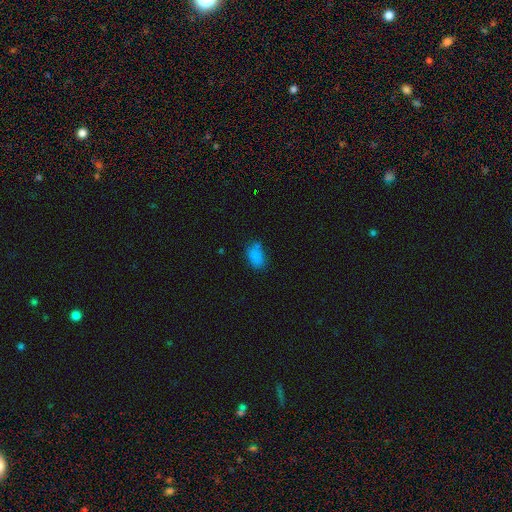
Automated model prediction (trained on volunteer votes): smooth-or-featured: smooth: 83% | star or artifact: 11% | featured or disk: 6%
  how-rounded: in between: 86% | round: 12% | cigar-shaped: 2%
  merging: none: 63% | minor disturbance: 21% | merger: 9% | major disturbance: 7%